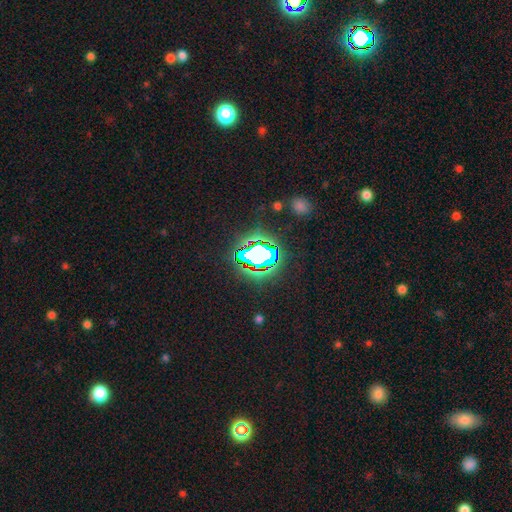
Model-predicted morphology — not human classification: star or artifact 68%, smooth 19%, featured or disk 13%.